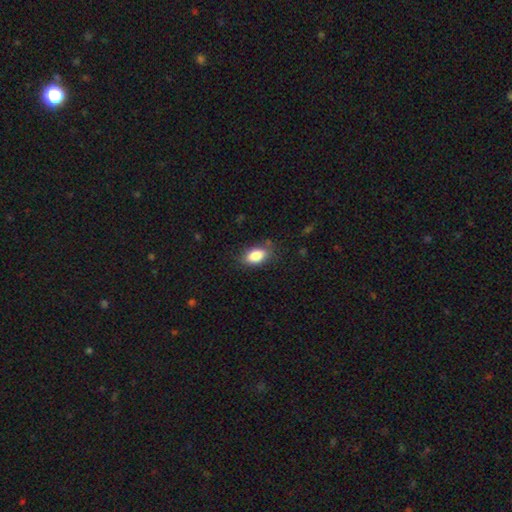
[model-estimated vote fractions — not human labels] This appears to be a smooth galaxy with no disk features (86%) that is in between round and cigar-shaped (89%). Merging: none (79%).